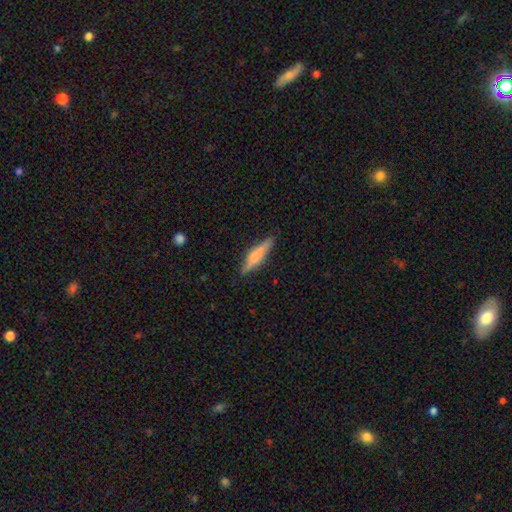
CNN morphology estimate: The model was most divided on "smooth or featured": smooth: 47%, featured or disk: 46%, star or artifact: 7%. More confident: merging — none (86%).